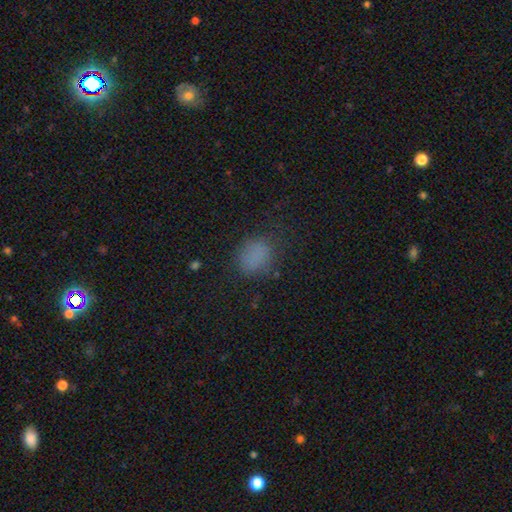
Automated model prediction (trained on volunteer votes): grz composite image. It shows a smooth galaxy with no disk features (78%) that is in between round and cigar-shaped (53%). Merging: none (73%).